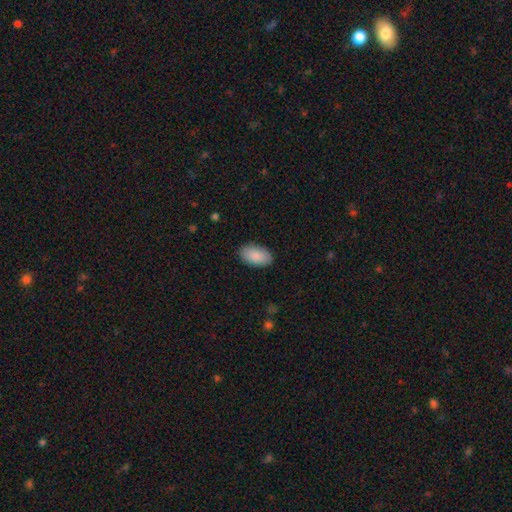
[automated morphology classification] This appears to be a smooth galaxy with no disk features (90%) that is in between round and cigar-shaped (95%). Merging: none (87%).